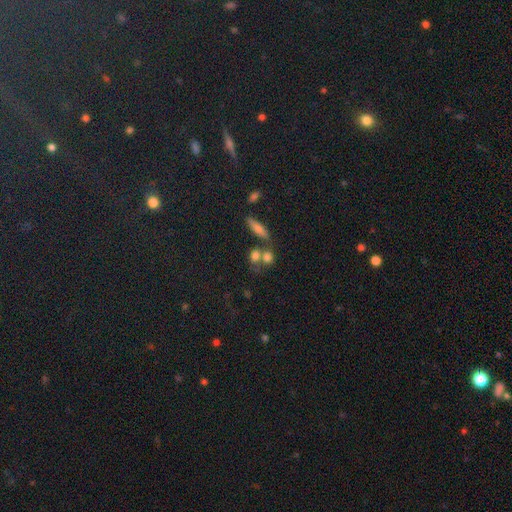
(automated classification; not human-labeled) Smooth or featured? smooth (75%)
How rounded? round (54%)
Merging? none (48%)